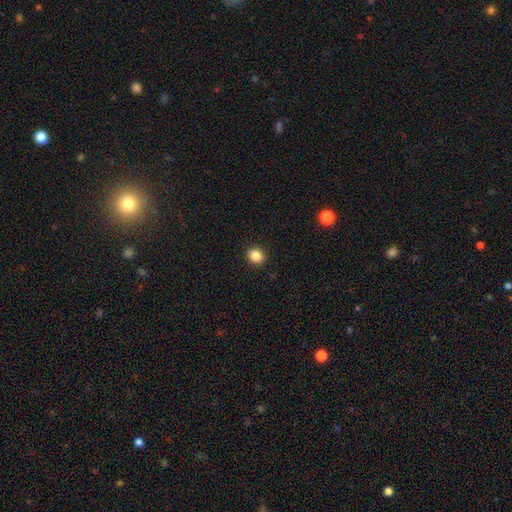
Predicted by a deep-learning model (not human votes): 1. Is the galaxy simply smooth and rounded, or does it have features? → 86% smooth, 10% star or artifact, 4% featured or disk.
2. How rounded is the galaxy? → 69% round, 30% in between, 1% cigar-shaped.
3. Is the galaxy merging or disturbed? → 92% none, 6% minor disturbance, 2% major disturbance, 1% merger.